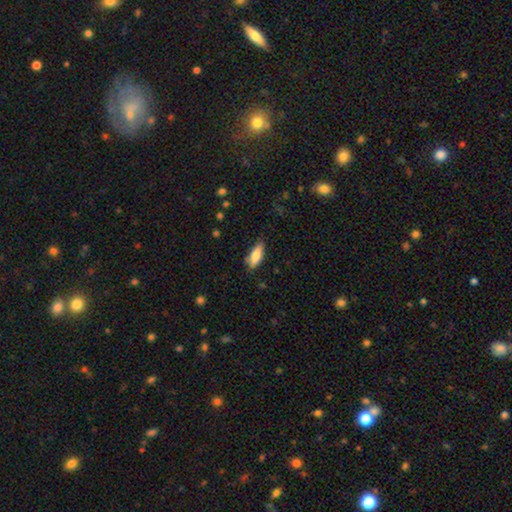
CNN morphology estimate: smooth_or_featured: smooth (p=0.84) [alt: featured or disk p=0.10]
how_rounded: in between (p=0.70) [alt: cigar-shaped p=0.29]
merging: none (p=0.75) [alt: minor disturbance p=0.20]